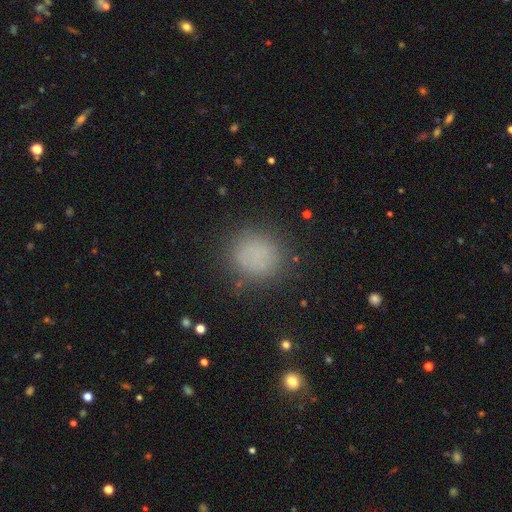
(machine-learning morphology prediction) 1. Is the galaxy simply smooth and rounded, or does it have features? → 78% smooth, 15% star or artifact, 7% featured or disk.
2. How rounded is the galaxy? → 84% round, 15% in between, 1% cigar-shaped.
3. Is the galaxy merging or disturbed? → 83% none, 11% minor disturbance, 4% major disturbance, 1% merger.